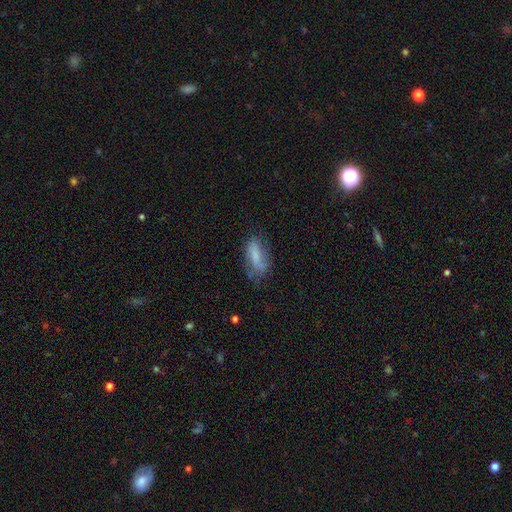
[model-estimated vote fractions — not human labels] Overall: smooth (66%). How rounded: in between (75%). Merging: none (54%; minor disturbance 30%).